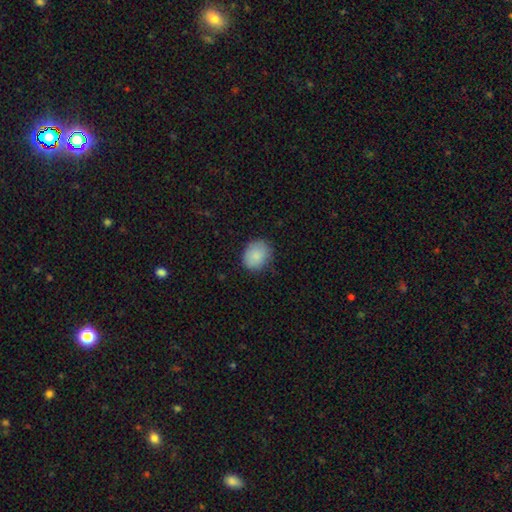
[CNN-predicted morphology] Overall: smooth (88%). How rounded: round (61%; in between 38%). Merging: none (80%).